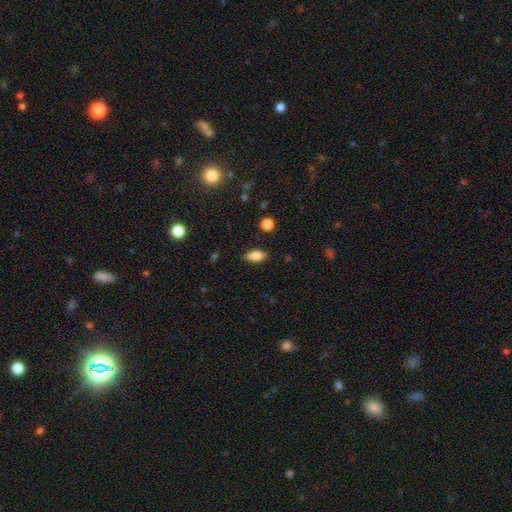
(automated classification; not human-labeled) Q: Smooth or featured?
A: smooth (80%); runner-up: featured or disk (11%)
Q: How rounded?
A: in between (84%); runner-up: cigar-shaped (12%)
Q: Merging?
A: none (86%); runner-up: minor disturbance (11%)